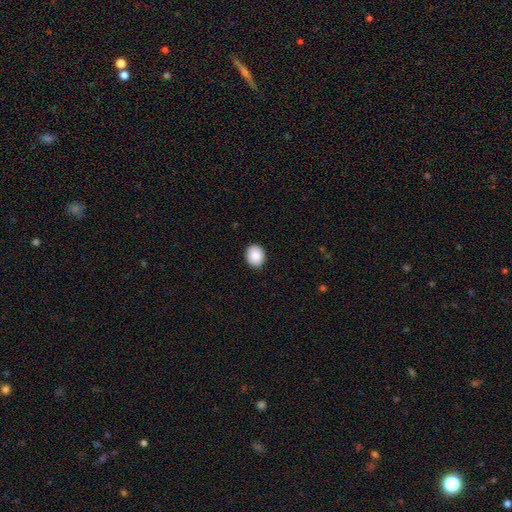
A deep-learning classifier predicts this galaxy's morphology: Smooth or featured? Predicted: smooth (p=0.88). How rounded? Predicted: round (p=0.59). Merging? Predicted: none (p=0.90).